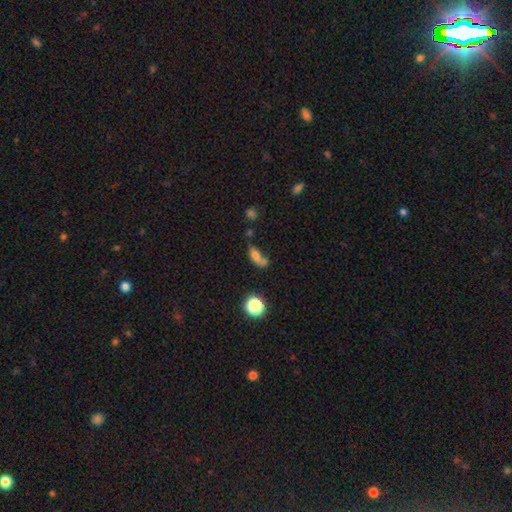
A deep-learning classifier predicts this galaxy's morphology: Smooth or featured: smooth — 69% (featured or disk — 16%)
How rounded: in between — 70% (round — 16%)
Merging: merger — 37% (none — 33%)